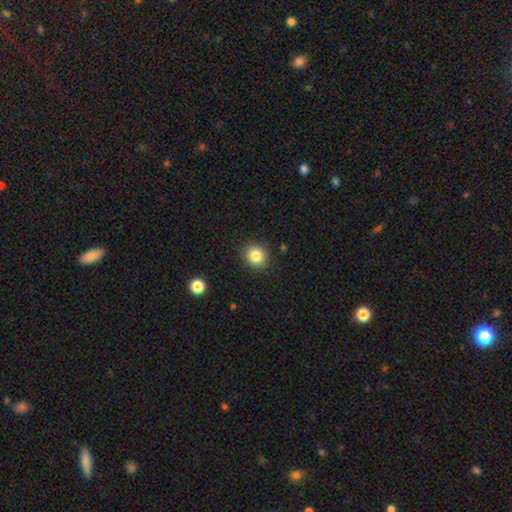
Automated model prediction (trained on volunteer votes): Smooth or featured? smooth (83%)
How rounded? round (87%)
Merging? none (88%)